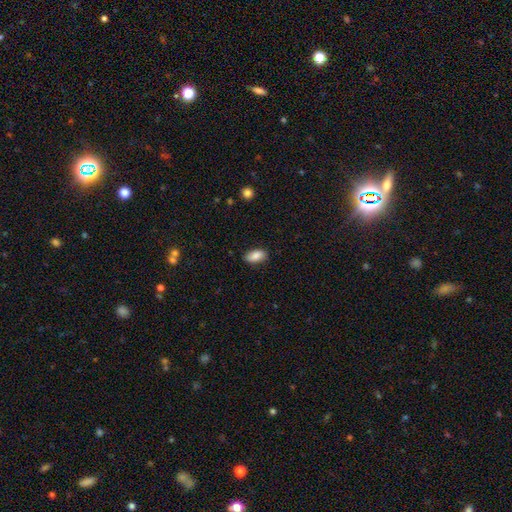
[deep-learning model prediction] Smooth or featured? smooth (86%)
How rounded? in between (93%)
Merging? none (86%)